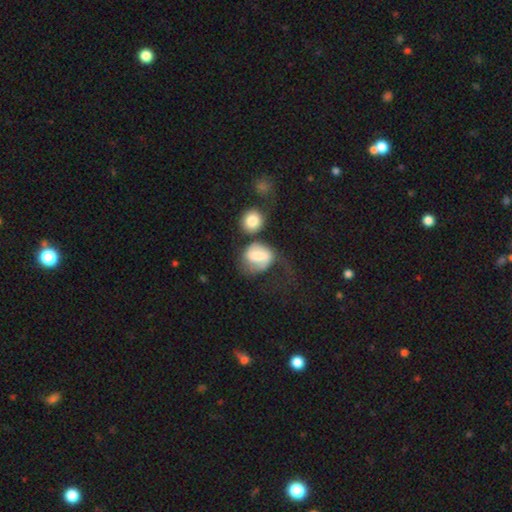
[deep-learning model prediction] smooth 50%, featured or disk 41%, star or artifact 9%. Down the decision tree: merging — major disturbance (35%).